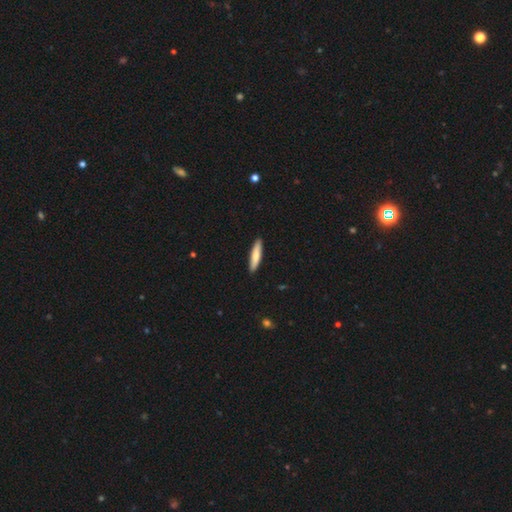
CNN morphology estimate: A smooth galaxy with no disk features (75%) that is cigar-shaped (84%).

Vote fractions:
- Smooth or featured? smooth: 75% / featured or disk: 20% / star or artifact: 5%
- How rounded? cigar-shaped: 84% / in between: 14% / round: 1%
- Merging? none: 91% / minor disturbance: 7% / major disturbance: 1% / merger: 1%